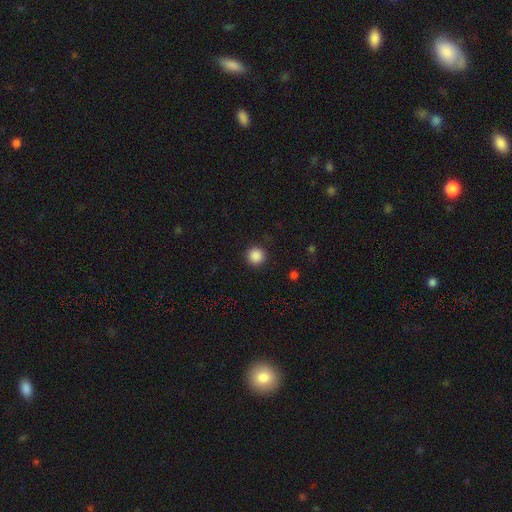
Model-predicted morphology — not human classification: Q: Smooth or featured?
A: smooth (88%); runner-up: star or artifact (10%)
Q: How rounded?
A: round (96%); runner-up: in between (4%)
Q: Merging?
A: none (92%); runner-up: minor disturbance (5%)